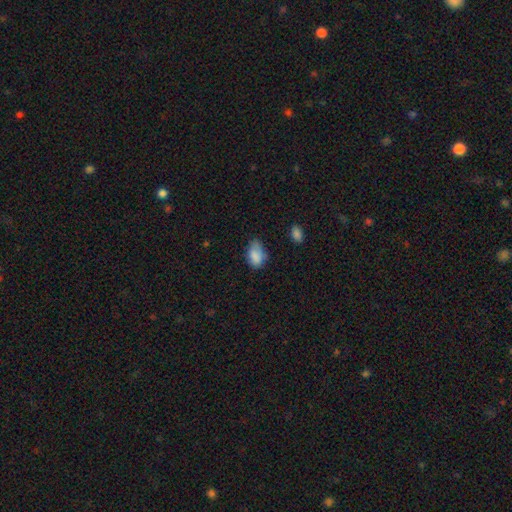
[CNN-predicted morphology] The model was most divided on "merging": none: 49%, minor disturbance: 38%, major disturbance: 10%, merger: 3%. More confident: how rounded — in between (88%); smooth or featured — smooth (84%).